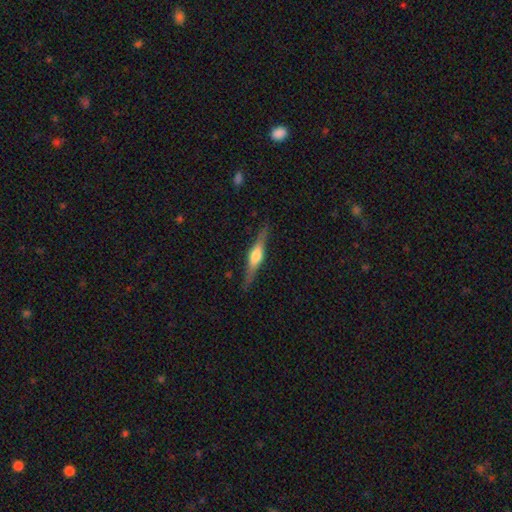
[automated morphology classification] smooth_or_featured: featured or disk (p=0.69) [alt: smooth p=0.25]
disk_edge_on: yes (p=0.96) [alt: no p=0.04]
edge_on_bulge: rounded (p=0.84) [alt: boxy p=0.12]
merging: none (p=0.86) [alt: minor disturbance p=0.11]